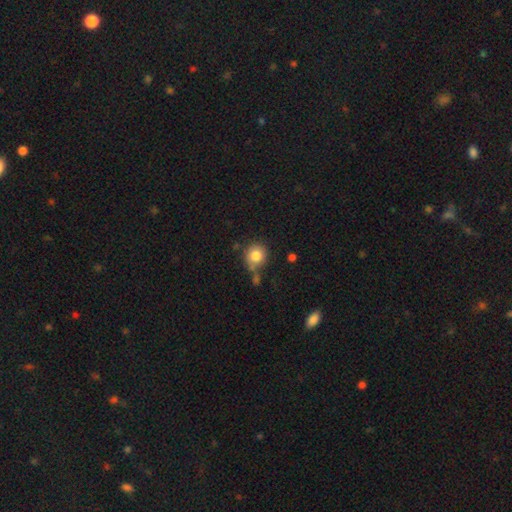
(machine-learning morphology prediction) This is clearly a smooth galaxy (82%). How rounded: clearly round (89%). Merging: likely none (66%).